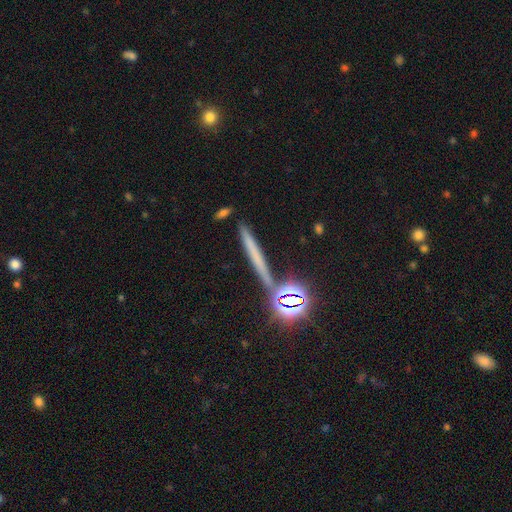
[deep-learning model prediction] Smooth or featured: smooth — 43% (featured or disk — 29%)
Merging: none — 84% (minor disturbance — 8%)